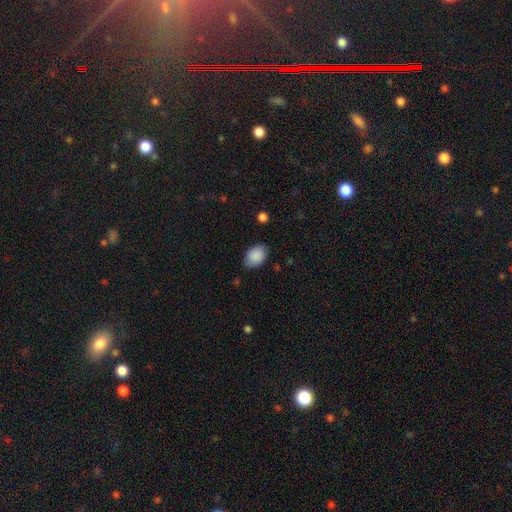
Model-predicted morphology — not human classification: Q: Smooth or featured?
A: smooth (89%); runner-up: star or artifact (7%)
Q: How rounded?
A: in between (80%); runner-up: round (19%)
Q: Merging?
A: none (77%); runner-up: minor disturbance (18%)